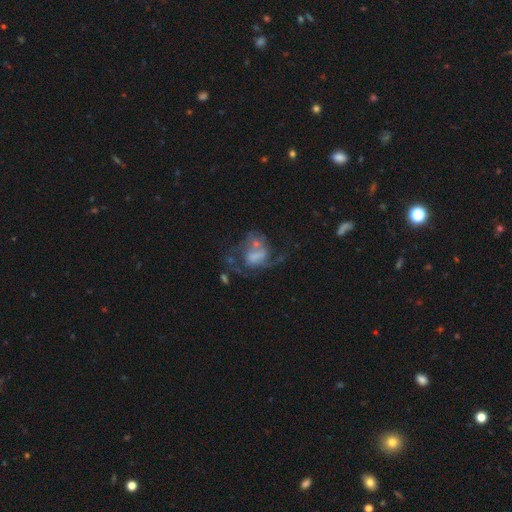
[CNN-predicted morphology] type=featured or disk (62%); edge-on=no (98%); bar=no (60%); spiral arms=yes (62%); bulge=none (38%); merging=major disturbance (40%).